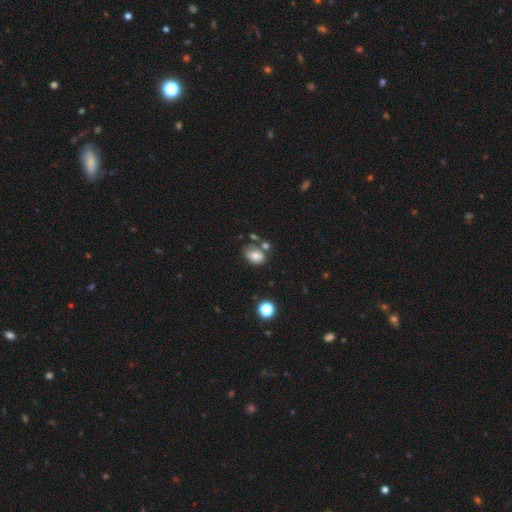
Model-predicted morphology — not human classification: Q: Smooth or featured?
A: smooth (77%); runner-up: featured or disk (12%)
Q: How rounded?
A: in between (80%); runner-up: round (19%)
Q: Merging?
A: none (53%); runner-up: minor disturbance (20%)